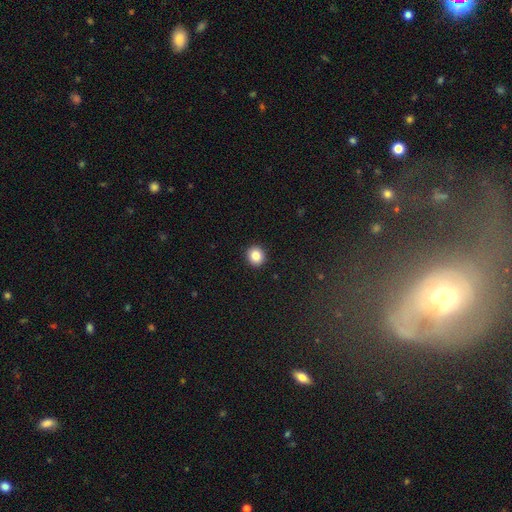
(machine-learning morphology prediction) This appears to be a smooth galaxy with no disk features (85%) that is round (89%). Merging: none (93%).